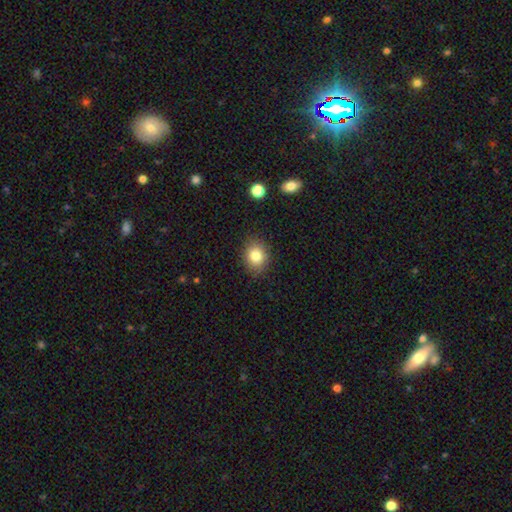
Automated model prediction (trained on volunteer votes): A smooth galaxy with no disk features (82%) that is round (57%). Merging: none (85%).